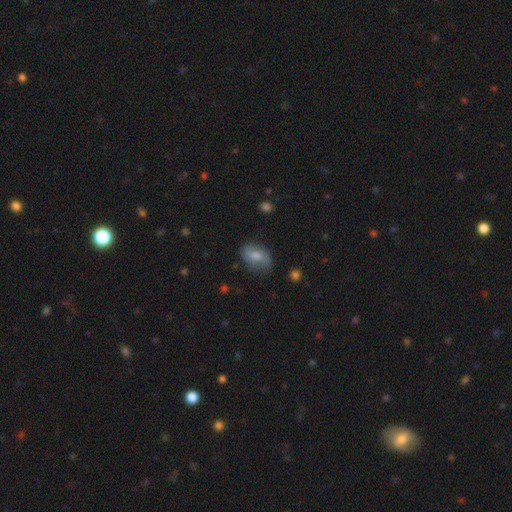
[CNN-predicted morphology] smooth_or_featured: smooth (p=0.60) [alt: featured or disk p=0.32]
how_rounded: in between (p=0.82) [alt: round p=0.16]
merging: none (p=0.64) [alt: minor disturbance p=0.26]